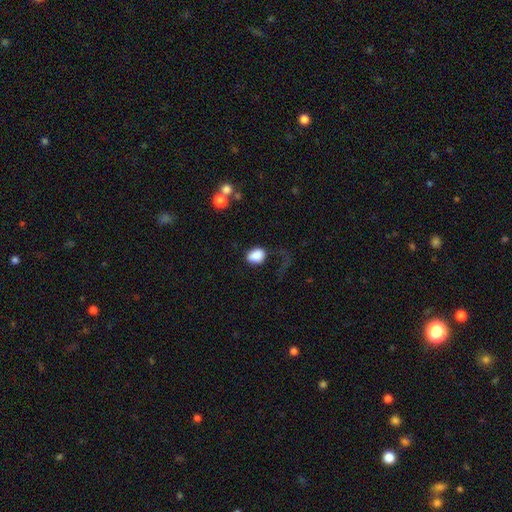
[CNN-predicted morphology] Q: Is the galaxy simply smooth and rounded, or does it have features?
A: smooth — 85%.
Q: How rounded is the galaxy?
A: in between — 70%.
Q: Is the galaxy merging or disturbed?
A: none — 50%.